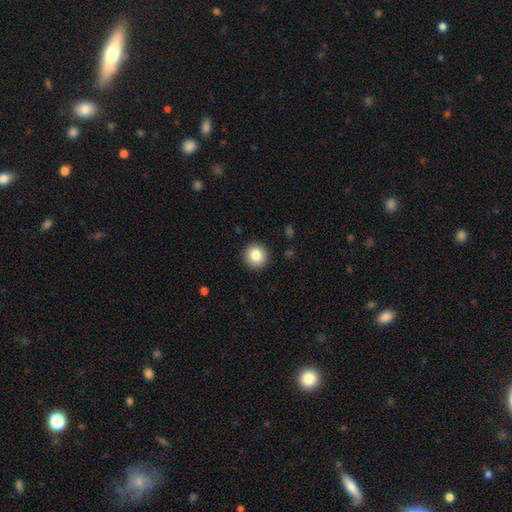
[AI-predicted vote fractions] Smooth or featured? smooth (85%)
How rounded? round (93%)
Merging? none (92%)